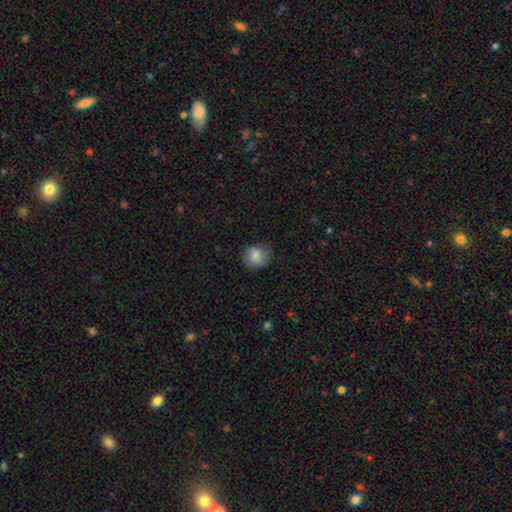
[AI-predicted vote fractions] Q: Smooth or featured?
A: smooth (82%); runner-up: featured or disk (9%)
Q: How rounded?
A: round (78%); runner-up: in between (21%)
Q: Merging?
A: none (74%); runner-up: minor disturbance (20%)